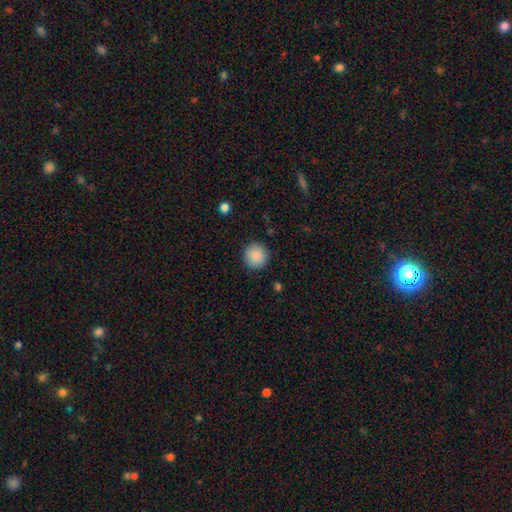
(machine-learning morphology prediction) The model was most divided on "smooth or featured": smooth: 88%, star or artifact: 8%, featured or disk: 4%. More confident: how rounded — round (94%); merging — none (91%).